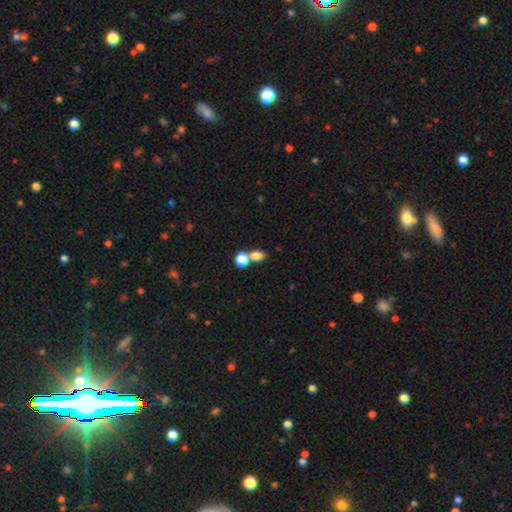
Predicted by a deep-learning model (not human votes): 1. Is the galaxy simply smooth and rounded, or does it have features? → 79% smooth, 12% star or artifact, 10% featured or disk.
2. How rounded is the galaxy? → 66% in between, 32% round, 2% cigar-shaped.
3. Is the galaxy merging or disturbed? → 45% merger, 42% none, 9% minor disturbance, 4% major disturbance.